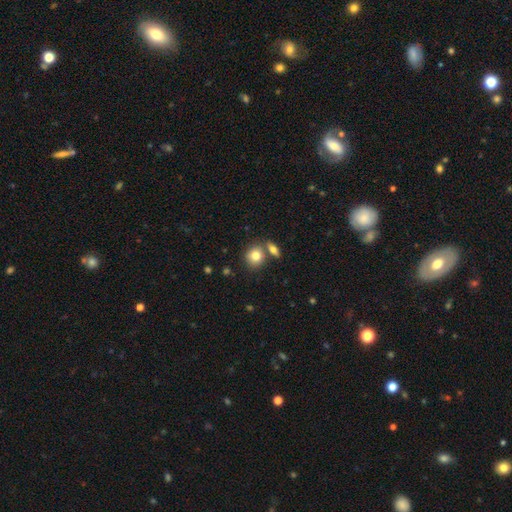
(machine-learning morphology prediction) Smooth or featured: smooth — 80% (featured or disk — 11%)
How rounded: round — 74% (in between — 24%)
Merging: none — 61% (merger — 26%)